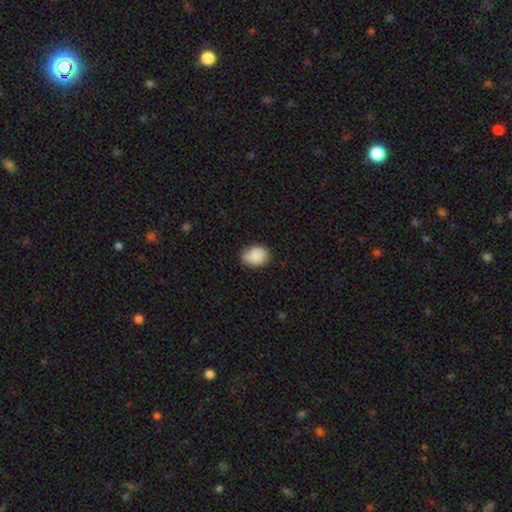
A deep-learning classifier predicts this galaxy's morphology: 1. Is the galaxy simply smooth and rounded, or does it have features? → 82% smooth, 11% featured or disk, 8% star or artifact.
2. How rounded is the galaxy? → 57% in between, 42% round, 1% cigar-shaped.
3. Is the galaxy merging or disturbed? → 71% none, 22% minor disturbance, 5% major disturbance, 1% merger.